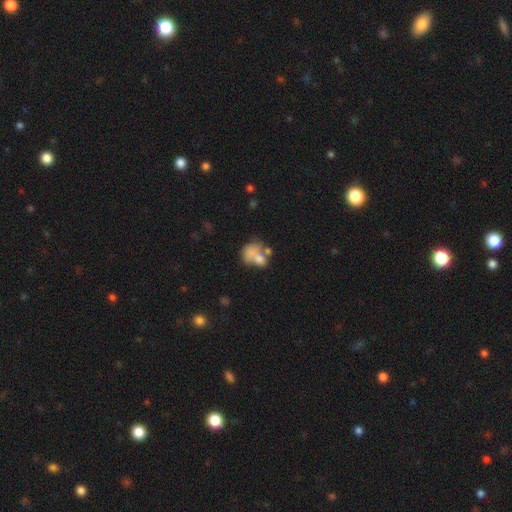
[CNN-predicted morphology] A smooth galaxy with no disk features (63%) that is in between round and cigar-shaped (61%). Merging: merger (49%).